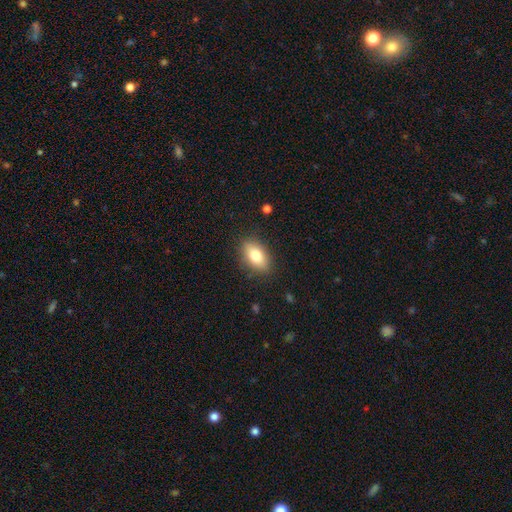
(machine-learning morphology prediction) Q: Smooth or featured?
A: smooth (77%); runner-up: featured or disk (14%)
Q: How rounded?
A: in between (87%); runner-up: round (9%)
Q: Merging?
A: none (86%); runner-up: minor disturbance (11%)